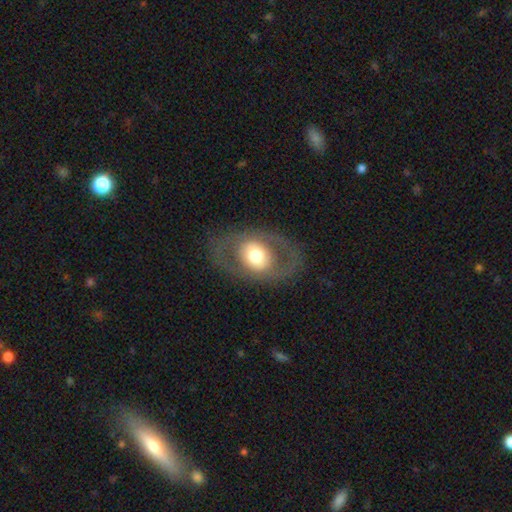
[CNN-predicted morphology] smooth-or-featured: featured or disk: 50% | smooth: 44% | star or artifact: 7%
  merging: none: 77% | minor disturbance: 11% | major disturbance: 11% | merger: 1%